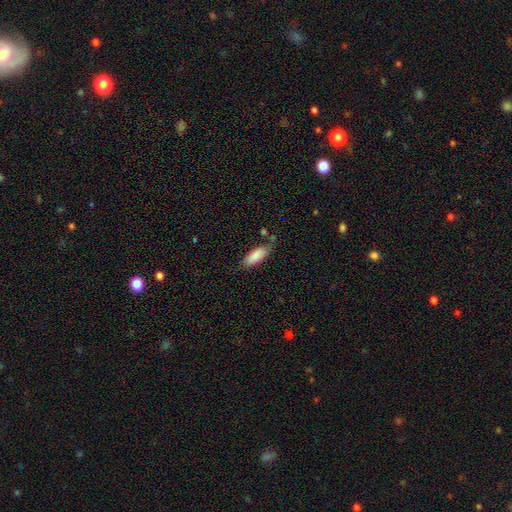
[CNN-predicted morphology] type=smooth (86%); roundness=in between (72%); merging=none (65%).